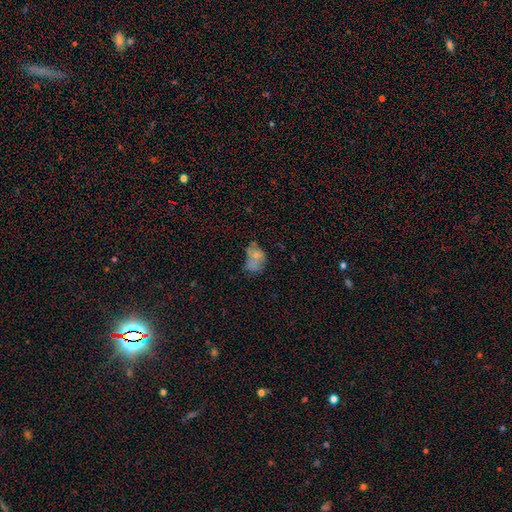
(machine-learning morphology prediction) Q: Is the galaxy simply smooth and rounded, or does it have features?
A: smooth — 60%.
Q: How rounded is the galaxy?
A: in between — 73%.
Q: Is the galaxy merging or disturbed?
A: none — 29%.